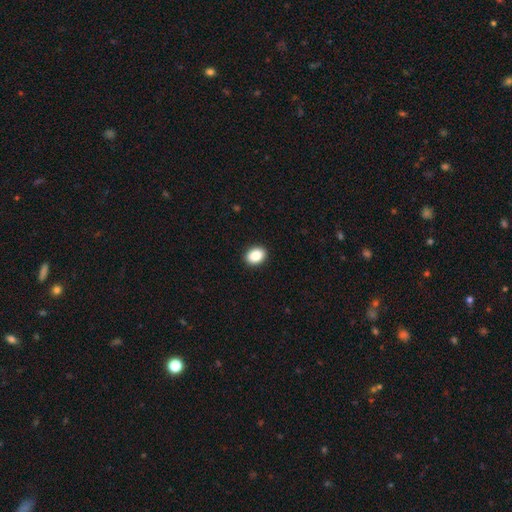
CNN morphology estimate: This appears to be a smooth galaxy with no disk features (88%) that is in between round and cigar-shaped (66%). Merging: none (92%).